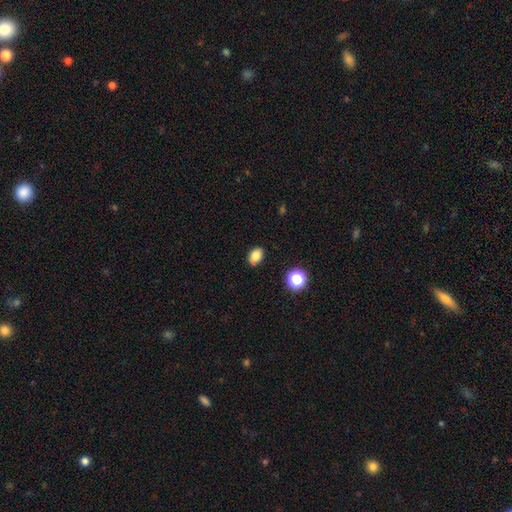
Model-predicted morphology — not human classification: Smooth or featured?
  - smooth: 81% *
  - star or artifact: 12%
  - featured or disk: 7%
How rounded?
  - in between: 70% *
  - round: 29%
  - cigar-shaped: 1%
Merging?
  - none: 83% *
  - minor disturbance: 12%
  - major disturbance: 2%
  - merger: 2%